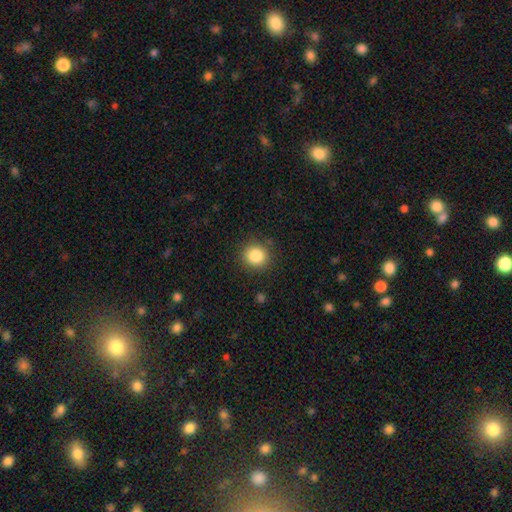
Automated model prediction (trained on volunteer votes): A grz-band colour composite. It shows a smooth galaxy with no disk features (84%) that is round (88%). Merging: none (88%).